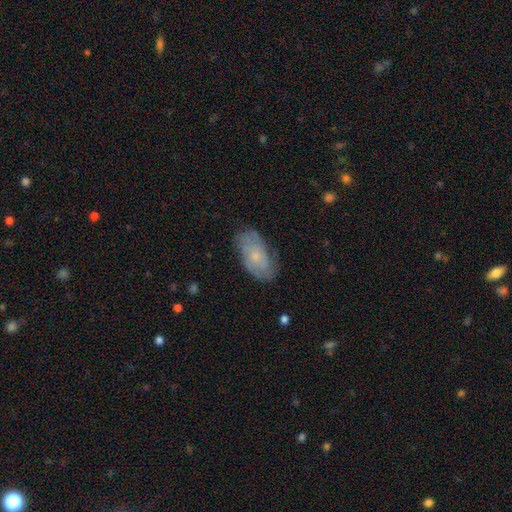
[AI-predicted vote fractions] This appears to be a smooth galaxy with no disk features (47%). Merging: none (71%).